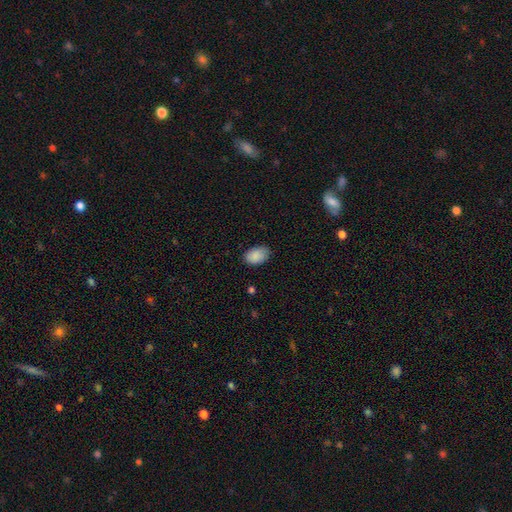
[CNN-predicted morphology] smooth-or-featured: smooth: 88% | star or artifact: 7% | featured or disk: 5%
  how-rounded: in between: 88% | round: 11% | cigar-shaped: 1%
  merging: none: 78% | minor disturbance: 18% | major disturbance: 3% | merger: 1%